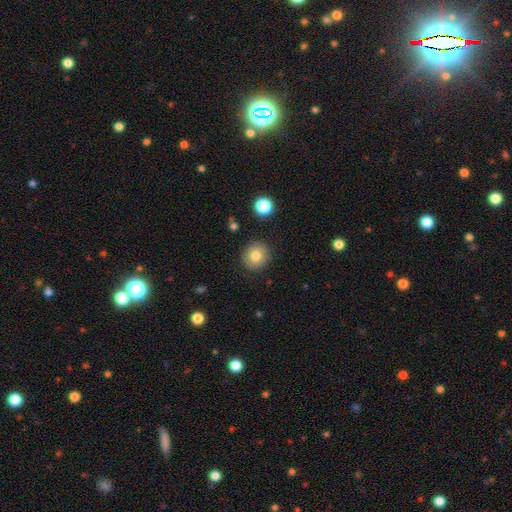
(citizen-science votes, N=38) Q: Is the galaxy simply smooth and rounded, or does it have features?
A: smooth — 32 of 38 (84%).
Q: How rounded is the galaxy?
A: round — 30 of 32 (94%).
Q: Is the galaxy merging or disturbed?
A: none — 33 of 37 (89%).